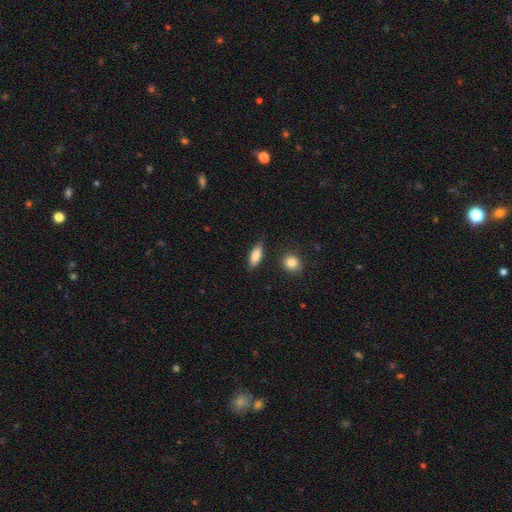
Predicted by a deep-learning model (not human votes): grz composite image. It shows a smooth galaxy with no disk features (83%) that is in between round and cigar-shaped (74%). Merging: none (83%).